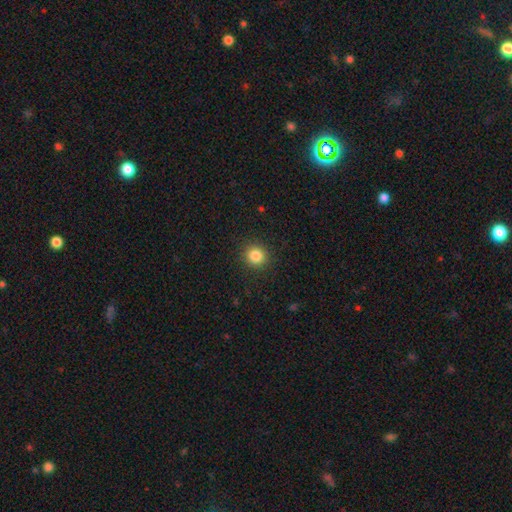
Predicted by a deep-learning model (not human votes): Q: Smooth or featured?
A: smooth (85%); runner-up: star or artifact (11%)
Q: How rounded?
A: round (91%); runner-up: in between (8%)
Q: Merging?
A: none (91%); runner-up: minor disturbance (6%)